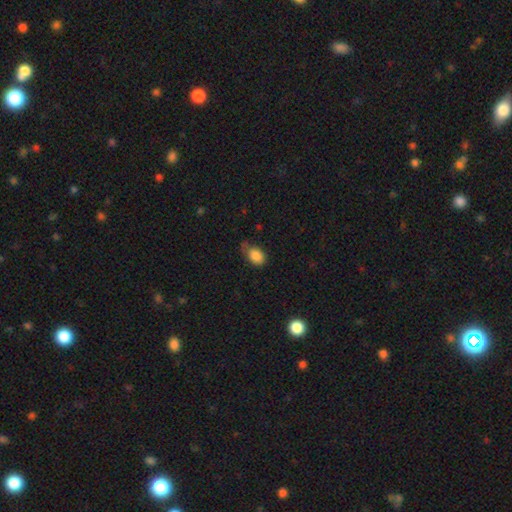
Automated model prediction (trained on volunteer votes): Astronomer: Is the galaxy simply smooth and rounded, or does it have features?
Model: smooth — 86%.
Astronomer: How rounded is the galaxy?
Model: in between — 79%.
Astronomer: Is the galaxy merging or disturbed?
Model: none — 51% (runner-up: minor disturbance, 34%).